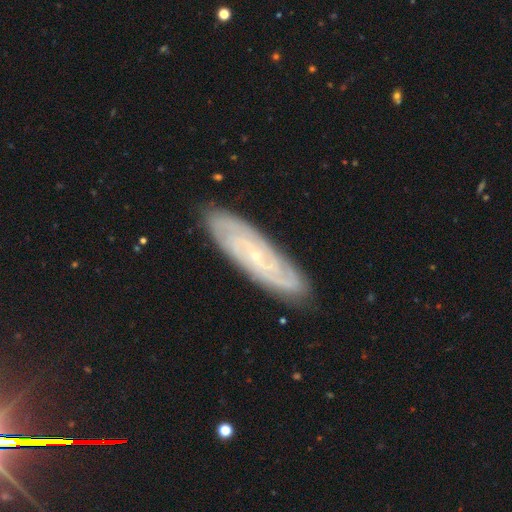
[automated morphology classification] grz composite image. It shows a featured or disk galaxy (80%) with no bar (69%), tight (74%) spiral arms (96%) and a small central bulge (86%). Merging: none (86%).